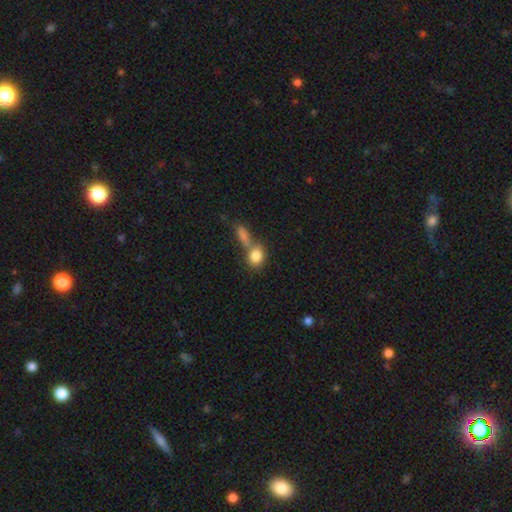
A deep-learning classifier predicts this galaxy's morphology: This appears to be a smooth galaxy with no disk features (83%) that is in between round and cigar-shaped (48%, tied with round). Merging: merger (48%).